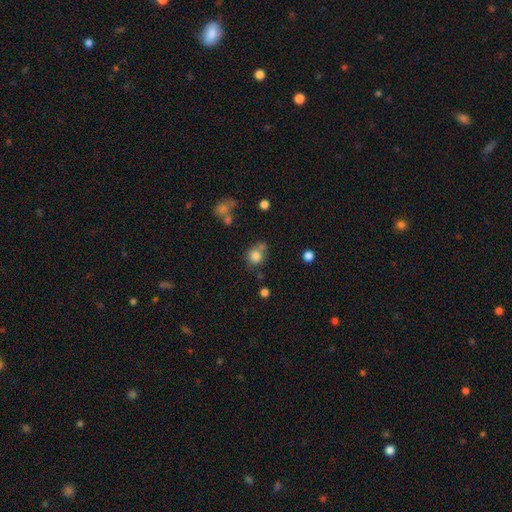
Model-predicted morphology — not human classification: smooth 80%, star or artifact 12%, featured or disk 8%. Down the decision tree: how rounded — round (78%); merging — none (52%).